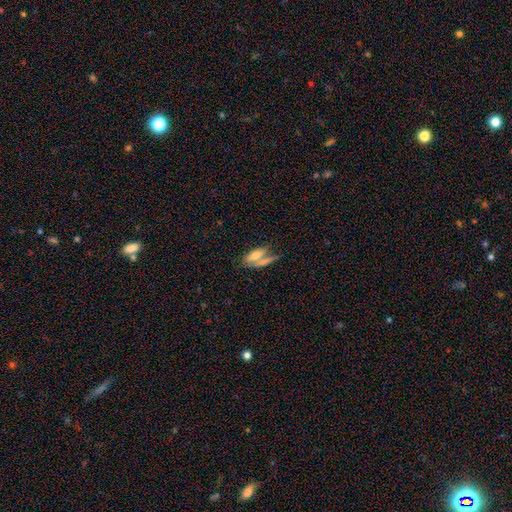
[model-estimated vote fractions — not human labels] A smooth galaxy with no disk features (69%) that is in between round and cigar-shaped (65%).

Vote fractions:
- Smooth or featured? smooth: 69% / featured or disk: 23% / star or artifact: 8%
- How rounded? in between: 65% / cigar-shaped: 31% / round: 4%
- Merging? merger: 44% / none: 38% / minor disturbance: 12% / major disturbance: 7%